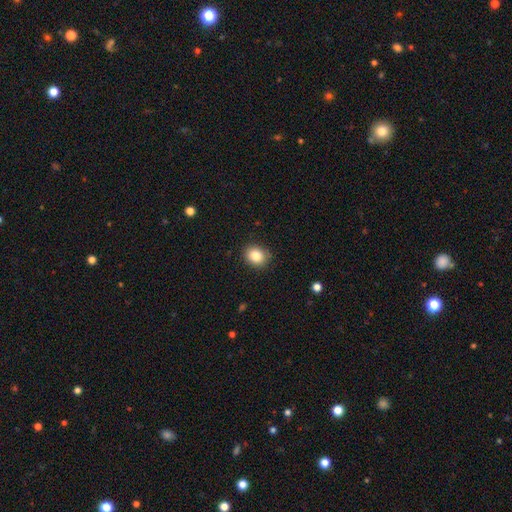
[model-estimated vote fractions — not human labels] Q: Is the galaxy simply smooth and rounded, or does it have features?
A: smooth — 83%.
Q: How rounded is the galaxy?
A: round — 64%.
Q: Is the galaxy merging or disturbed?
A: none — 88%.